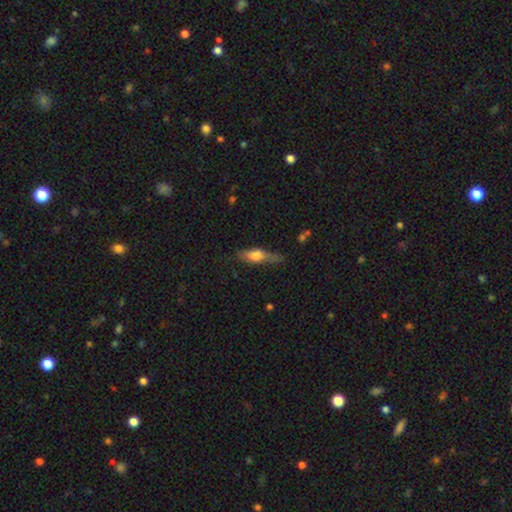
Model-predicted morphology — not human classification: A smooth galaxy with no disk features (59%) that is cigar-shaped (53%). Merging: none (56%).